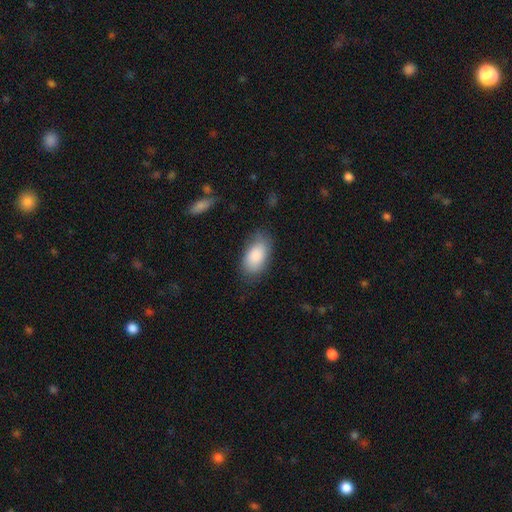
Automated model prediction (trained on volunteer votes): Smooth or featured?
  - smooth: 86% *
  - featured or disk: 8%
  - star or artifact: 6%
How rounded?
  - in between: 94% *
  - round: 4%
  - cigar-shaped: 2%
Merging?
  - none: 74% *
  - minor disturbance: 19%
  - major disturbance: 6%
  - merger: 2%